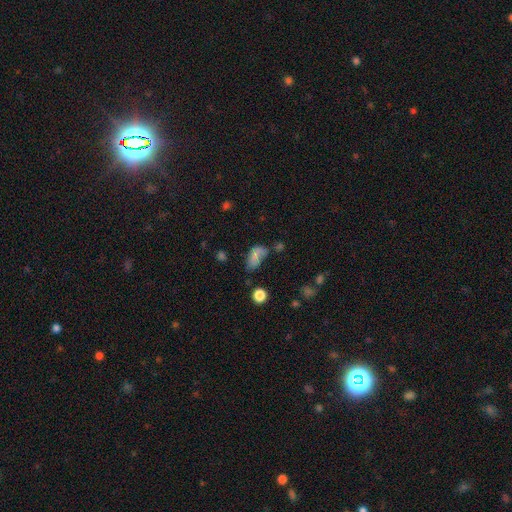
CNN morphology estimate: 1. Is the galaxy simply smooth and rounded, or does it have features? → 68% smooth, 18% featured or disk, 13% star or artifact.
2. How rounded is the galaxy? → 88% in between, 8% round, 5% cigar-shaped.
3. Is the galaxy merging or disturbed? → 33% none, 29% minor disturbance, 25% major disturbance, 14% merger.